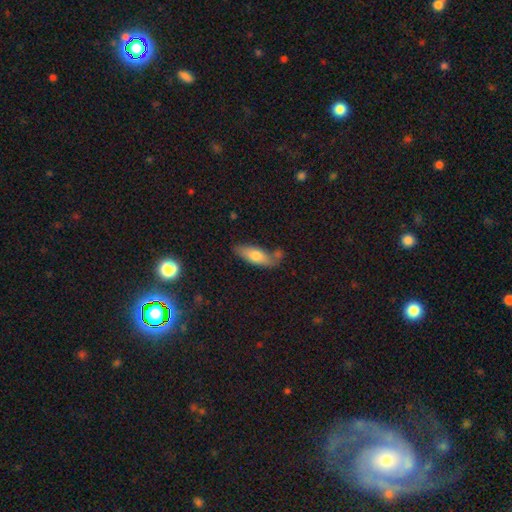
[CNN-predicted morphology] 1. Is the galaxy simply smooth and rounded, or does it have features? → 70% smooth, 23% featured or disk, 6% star or artifact.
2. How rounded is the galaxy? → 65% in between, 33% cigar-shaped, 3% round.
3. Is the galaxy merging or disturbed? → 63% none, 21% minor disturbance, 11% merger, 6% major disturbance.